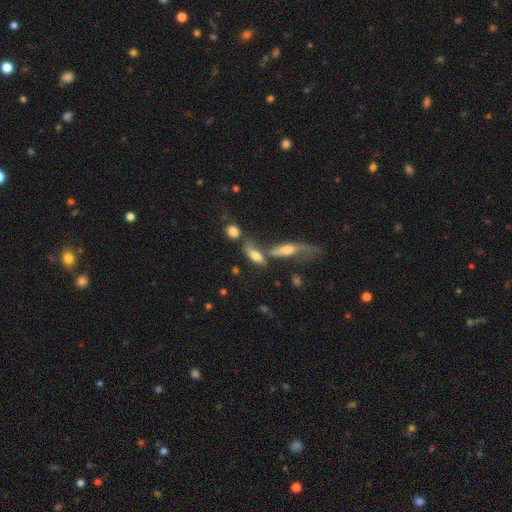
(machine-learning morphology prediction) smooth-or-featured: smooth: 67% | featured or disk: 24% | star or artifact: 10%
  how-rounded: in between: 68% | cigar-shaped: 27% | round: 4%
  merging: merger: 40% | none: 35% | minor disturbance: 15% | major disturbance: 10%